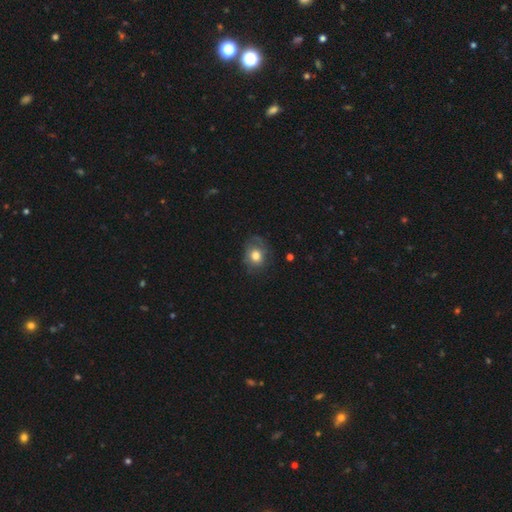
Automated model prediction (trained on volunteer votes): Morphology: type=smooth (67%); roundness=round (59%); merging=none (66%).